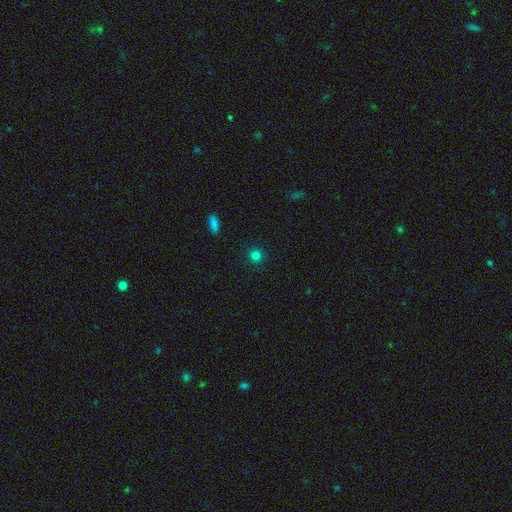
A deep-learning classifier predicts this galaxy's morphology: The model was most divided on "smooth or featured": smooth: 80%, star or artifact: 15%, featured or disk: 5%. More confident: how rounded — round (93%); merging — none (91%).